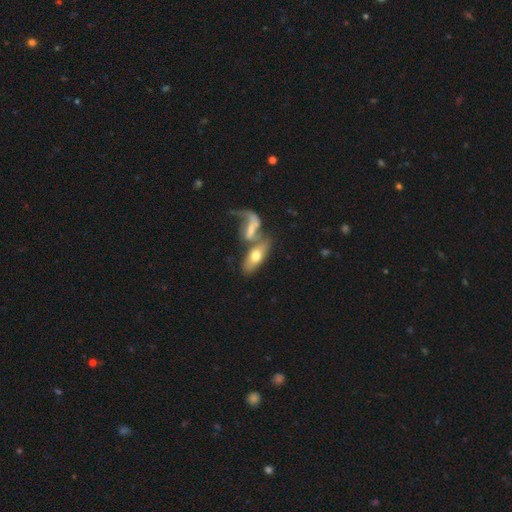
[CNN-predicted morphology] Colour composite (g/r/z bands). It shows a smooth galaxy with no disk features (54%) that is in between round and cigar-shaped (80%). Merging: merger (52%).